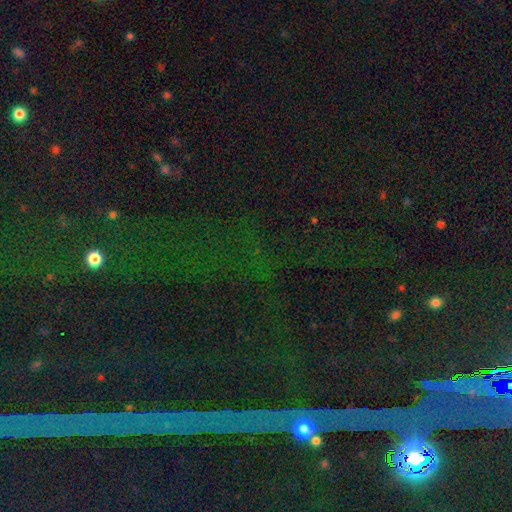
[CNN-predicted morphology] Smooth or featured? star or artifact (85%)